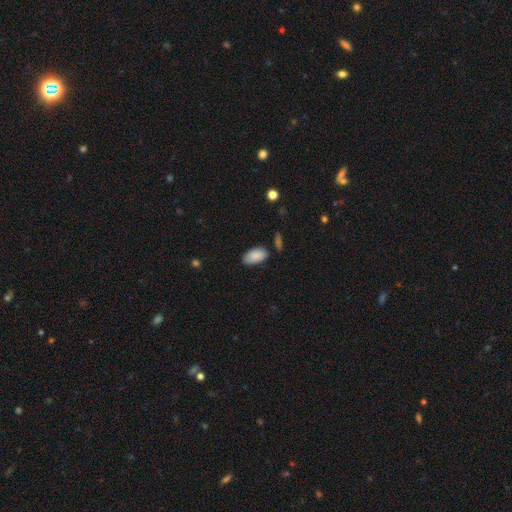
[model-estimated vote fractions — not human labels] Smooth or featured: smooth — 88% (star or artifact — 7%)
How rounded: in between — 95% (round — 3%)
Merging: none — 76% (minor disturbance — 18%)